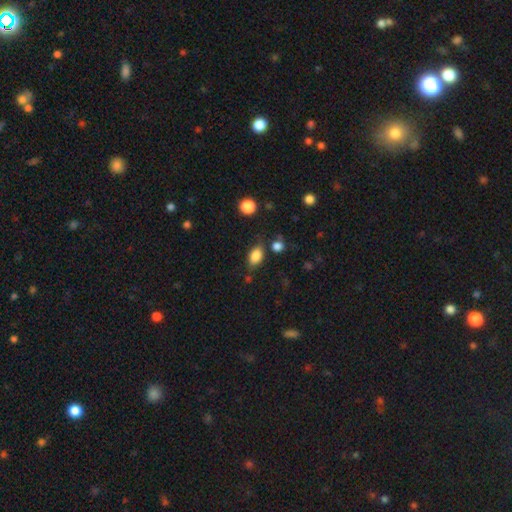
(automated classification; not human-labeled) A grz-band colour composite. It shows a smooth galaxy with no disk features (85%) that is in between round and cigar-shaped (87%). Merging: none (73%).